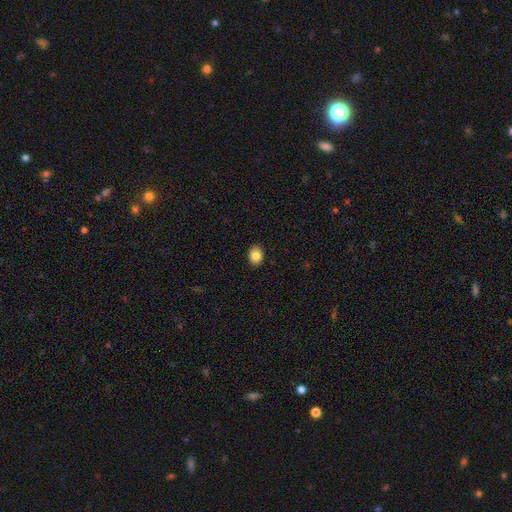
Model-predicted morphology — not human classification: Smooth or featured: smooth — 85% (star or artifact — 9%)
How rounded: in between — 59% (round — 40%)
Merging: none — 90% (minor disturbance — 8%)